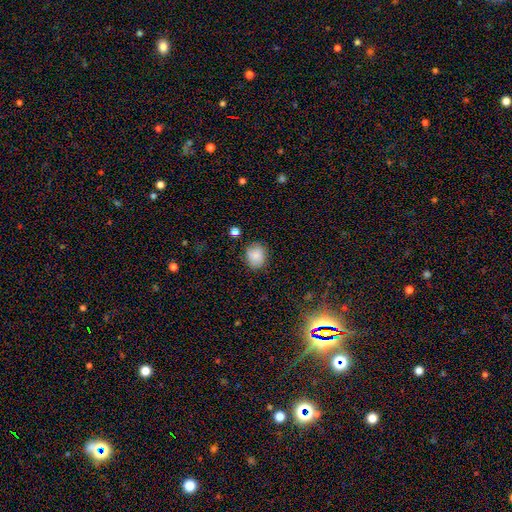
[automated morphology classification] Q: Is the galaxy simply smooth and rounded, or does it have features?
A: smooth — 84%.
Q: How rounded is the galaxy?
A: round — 63%.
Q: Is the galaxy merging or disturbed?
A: none — 82%.